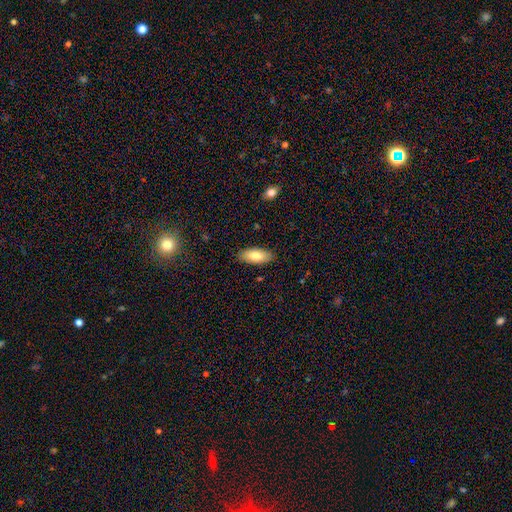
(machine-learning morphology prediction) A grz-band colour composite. It shows a smooth galaxy with no disk features (81%) that is in between round and cigar-shaped (86%). Merging: none (88%).